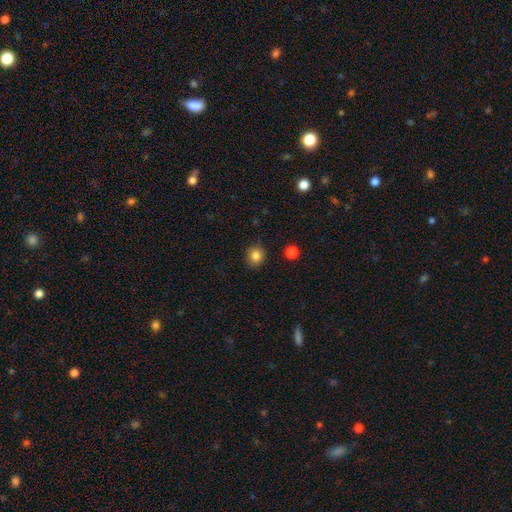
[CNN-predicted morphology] Smooth or featured?
  - smooth: 84% *
  - star or artifact: 11%
  - featured or disk: 5%
How rounded?
  - round: 82% *
  - in between: 17%
  - cigar-shaped: 1%
Merging?
  - none: 89% *
  - minor disturbance: 8%
  - major disturbance: 2%
  - merger: 1%